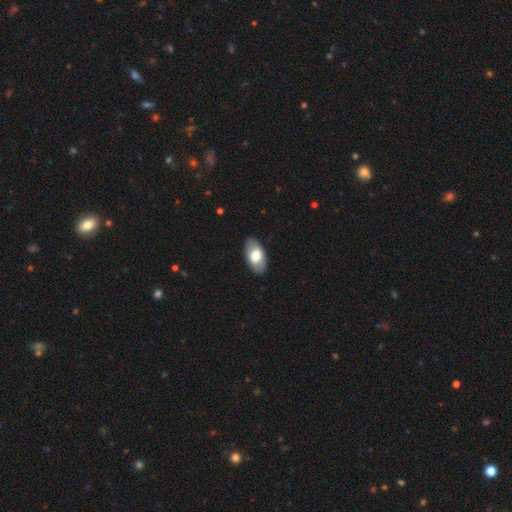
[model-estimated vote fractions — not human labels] Q: Smooth or featured?
A: smooth (69%); runner-up: featured or disk (26%)
Q: How rounded?
A: in between (95%); runner-up: round (3%)
Q: Merging?
A: none (87%); runner-up: minor disturbance (10%)